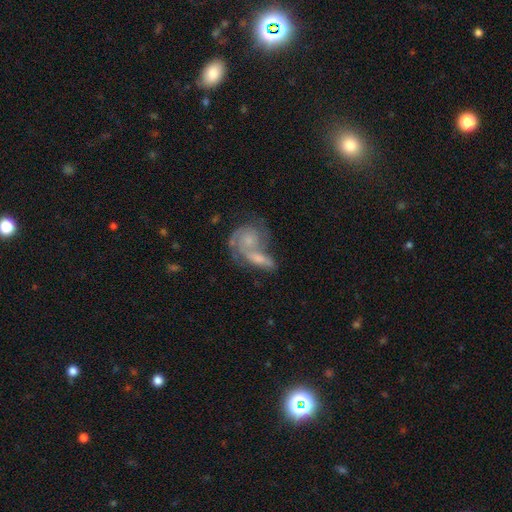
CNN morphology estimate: Smooth or featured? Predicted: featured or disk (p=0.69). Edge-on disk? Predicted: no (p=0.94). Bar? Predicted: no (p=0.71). Spiral arms? Predicted: yes (p=0.86). Spiral winding? Predicted: tight (p=0.44). Spiral arm count? Predicted: 2 (p=0.59). Bulge size? Predicted: small (p=0.56). Merging? Predicted: merger (p=0.58).